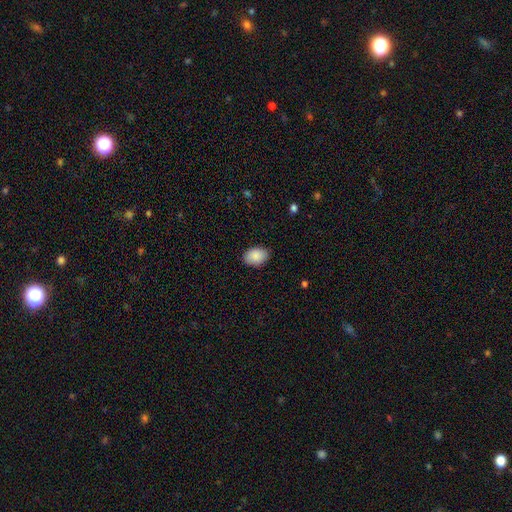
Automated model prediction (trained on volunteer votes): Morphology: type=smooth (89%); roundness=in between (86%); merging=none (87%).